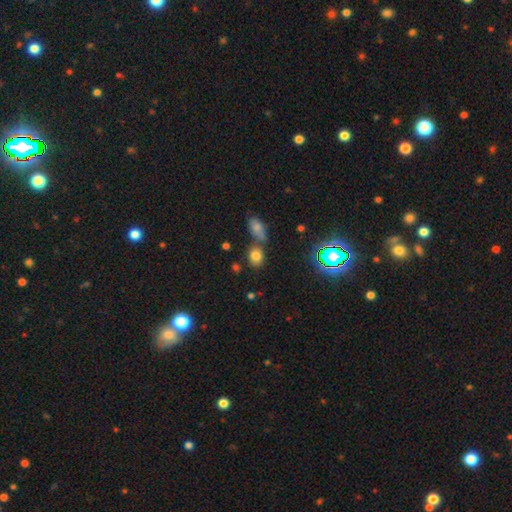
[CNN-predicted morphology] Q: Smooth or featured?
A: smooth (77%); runner-up: star or artifact (15%)
Q: How rounded?
A: in between (50%); runner-up: round (48%)
Q: Merging?
A: none (64%); runner-up: merger (21%)